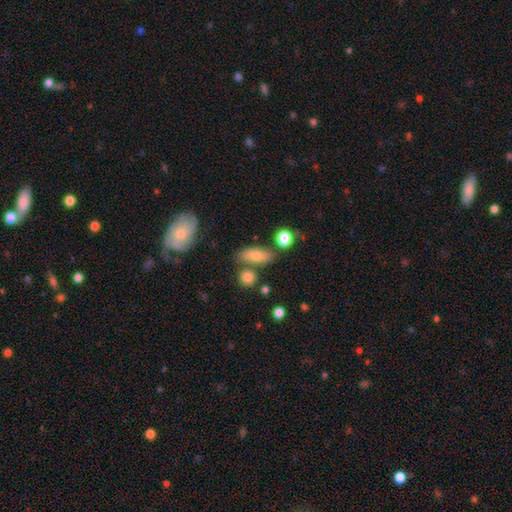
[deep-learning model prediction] The model was most divided on "how rounded": in between: 69%, cigar-shaped: 22%, round: 9%. More confident: smooth or featured — smooth (73%); merging — none (70%).